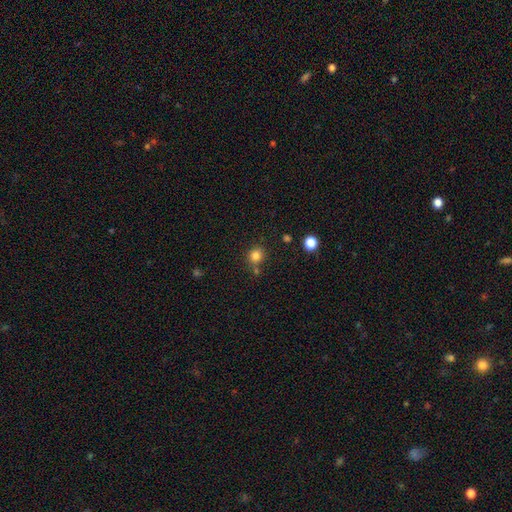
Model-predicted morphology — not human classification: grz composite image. It shows a smooth galaxy with no disk features (82%) that is round (88%). Merging: none (75%).